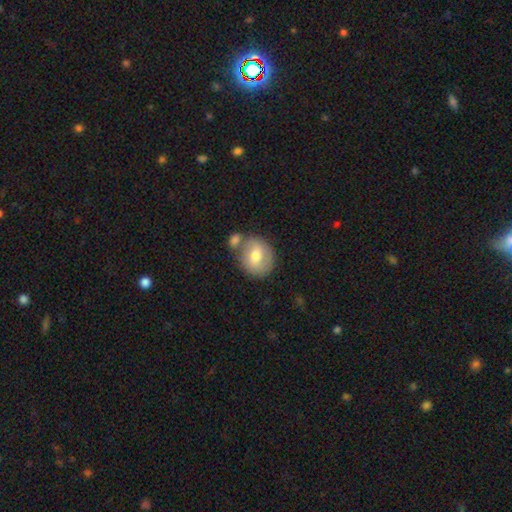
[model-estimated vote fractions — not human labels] This is likely a smooth galaxy (67%). How rounded: likely round (65%). Merging: possibly none (54%).